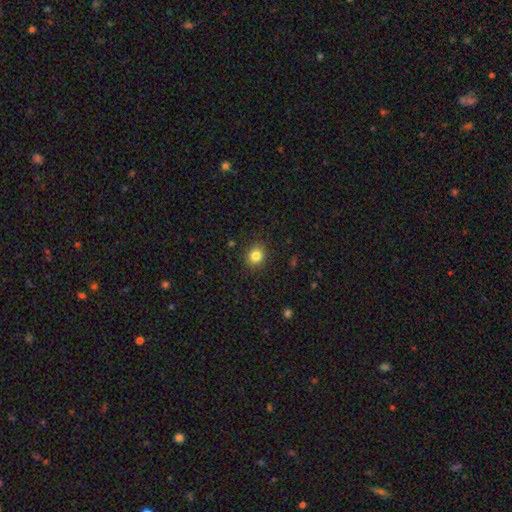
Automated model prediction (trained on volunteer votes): This is clearly a smooth galaxy (82%). How rounded: clearly round (81%). Merging: clearly none (89%).